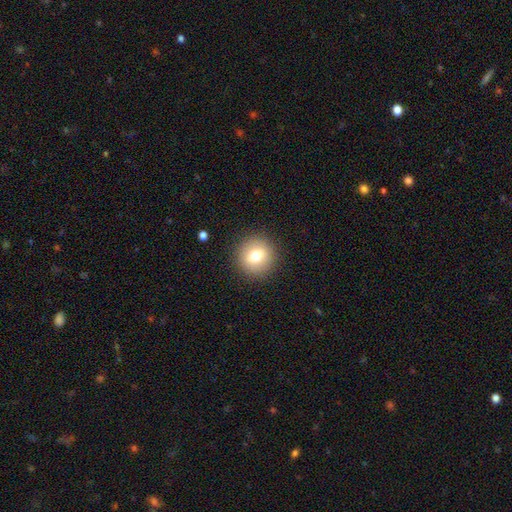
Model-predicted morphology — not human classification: smooth 74%, featured or disk 16%, star or artifact 10%. Down the decision tree: how rounded — round (92%); merging — none (90%).